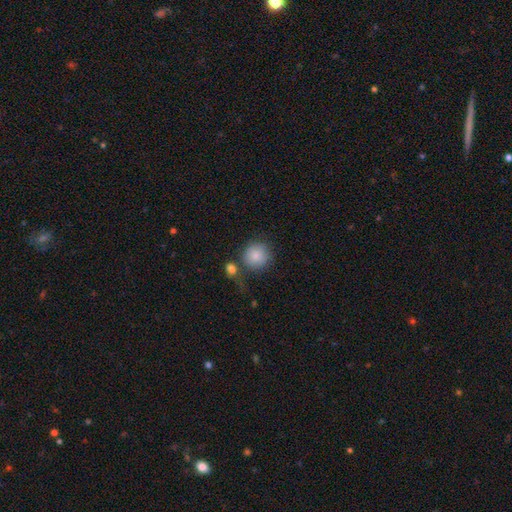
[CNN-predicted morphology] smooth 86%, star or artifact 8%, featured or disk 6%. Down the decision tree: how rounded — round (91%); merging — none (66%).